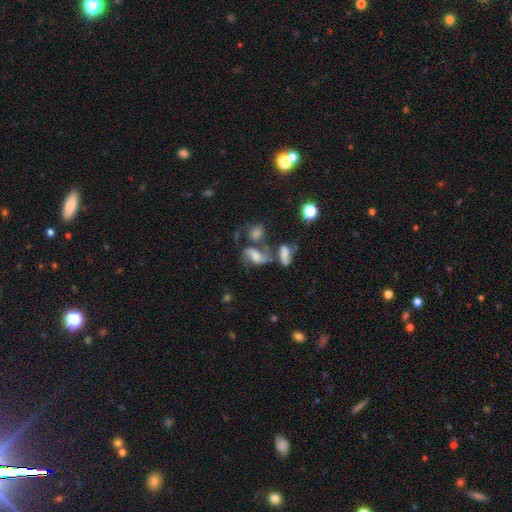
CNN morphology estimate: Smooth or featured?
  - smooth: 44% *
  - featured or disk: 42%
  - star or artifact: 14%
Merging?
  - merger: 35% *
  - none: 30%
  - major disturbance: 19%
  - minor disturbance: 16%